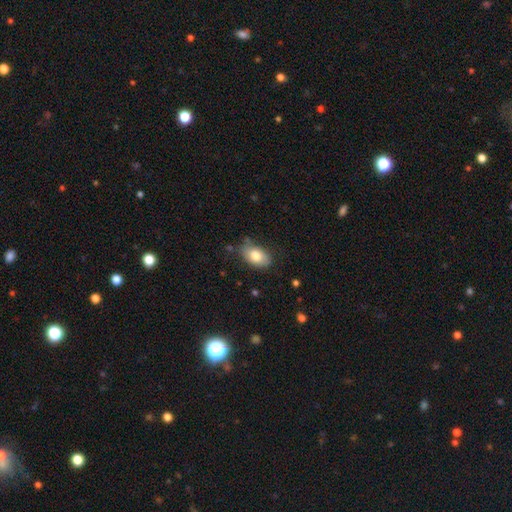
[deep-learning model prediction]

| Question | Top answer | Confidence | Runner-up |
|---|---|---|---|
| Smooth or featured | smooth | 79% | featured or disk (14%) |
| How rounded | in between | 91% | round (8%) |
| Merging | none | 67% | minor disturbance (25%) |